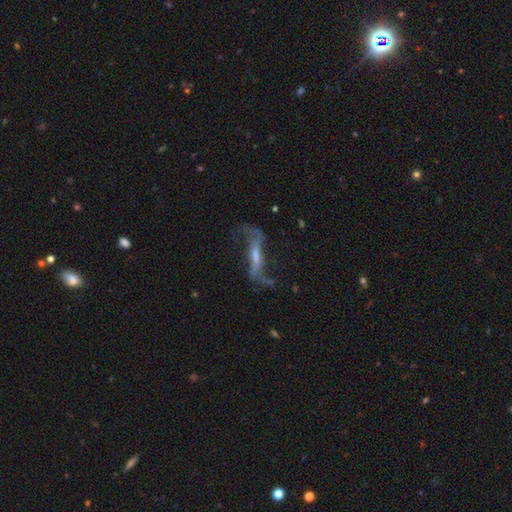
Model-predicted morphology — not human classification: smooth_or_featured: featured or disk (p=0.73) [alt: smooth p=0.18]
disk_edge_on: no (p=0.60) [alt: yes p=0.40]
merging: none (p=0.48) [alt: major disturbance p=0.26]